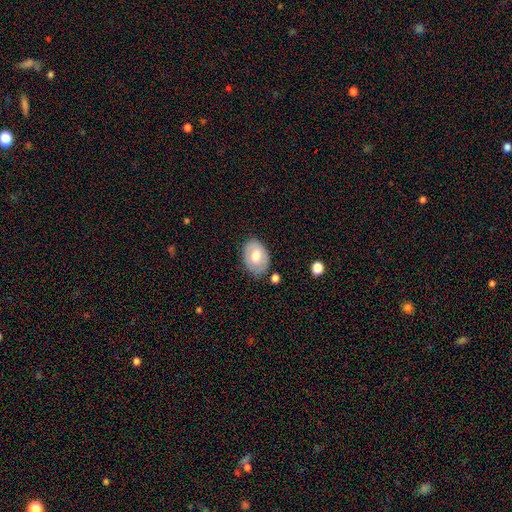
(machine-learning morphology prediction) smooth-or-featured: smooth: 63% | featured or disk: 31% | star or artifact: 6%
  how-rounded: in between: 81% | round: 18% | cigar-shaped: 1%
  merging: none: 76% | minor disturbance: 17% | major disturbance: 4% | merger: 3%